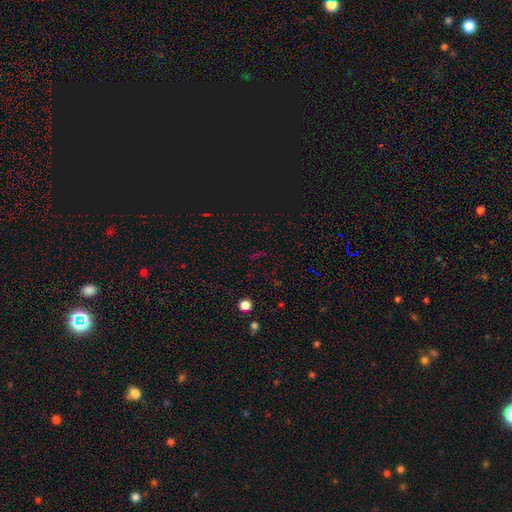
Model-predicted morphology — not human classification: The model was most divided on "smooth or featured": star or artifact: 69%, smooth: 22%, featured or disk: 9%.